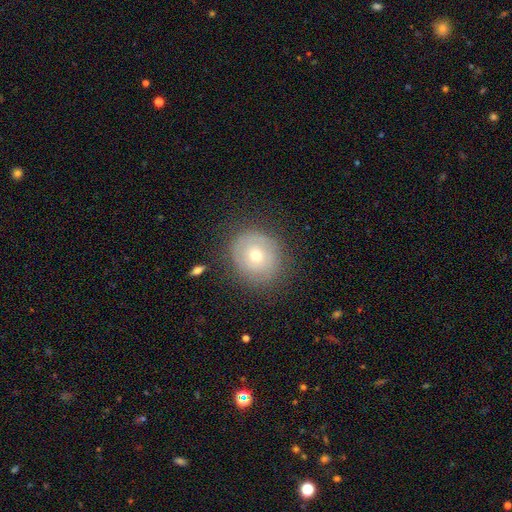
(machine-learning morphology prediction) A featured or disk galaxy (50%).

Vote fractions:
- Smooth or featured? featured or disk: 50% / smooth: 41% / star or artifact: 9%
- Merging? none: 79% / minor disturbance: 14% / major disturbance: 5% / merger: 1%